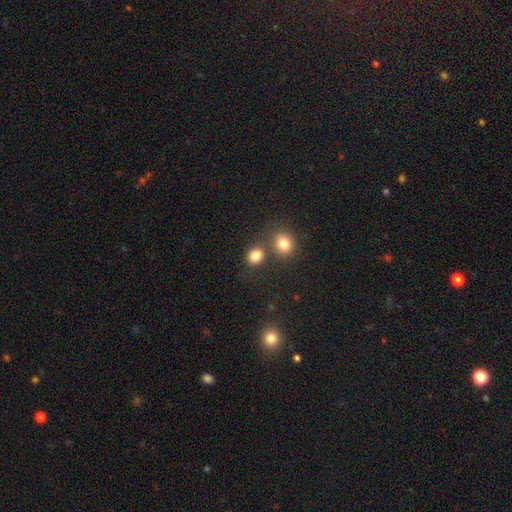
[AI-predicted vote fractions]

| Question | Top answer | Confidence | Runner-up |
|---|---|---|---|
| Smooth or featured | smooth | 82% | star or artifact (13%) |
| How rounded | round | 62% | in between (37%) |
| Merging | none | 64% | merger (22%) |